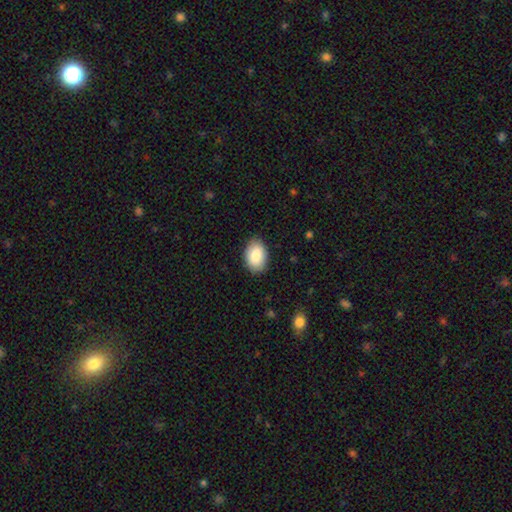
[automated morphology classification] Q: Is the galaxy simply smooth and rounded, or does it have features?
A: smooth — 87%.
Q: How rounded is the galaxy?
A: in between — 88%.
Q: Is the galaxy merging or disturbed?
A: none — 86%.